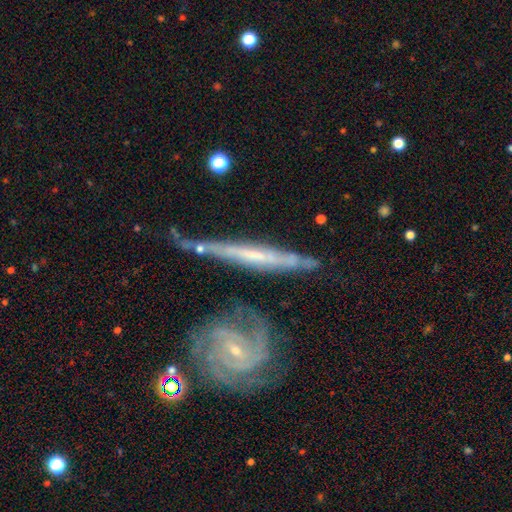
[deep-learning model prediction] Smooth or featured: featured or disk — 76% (smooth — 16%)
Edge-on disk: yes — 61% (no — 39%)
Merging: none — 57% (minor disturbance — 21%)